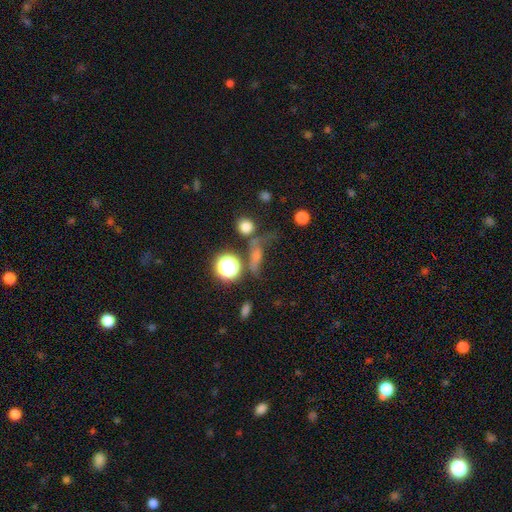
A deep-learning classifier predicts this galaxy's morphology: This is possibly a smooth galaxy (53%). How rounded: marginally in between (38%). Merging: marginally none (45%).